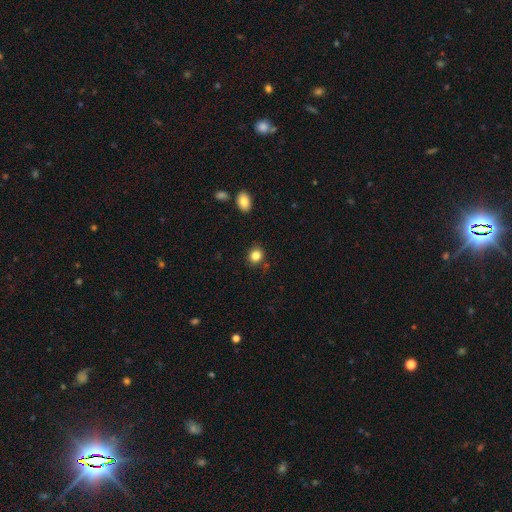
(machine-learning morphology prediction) The model was most divided on "how rounded": round: 74%, in between: 25%, cigar-shaped: 1%. More confident: merging — none (85%); smooth or featured — smooth (84%).